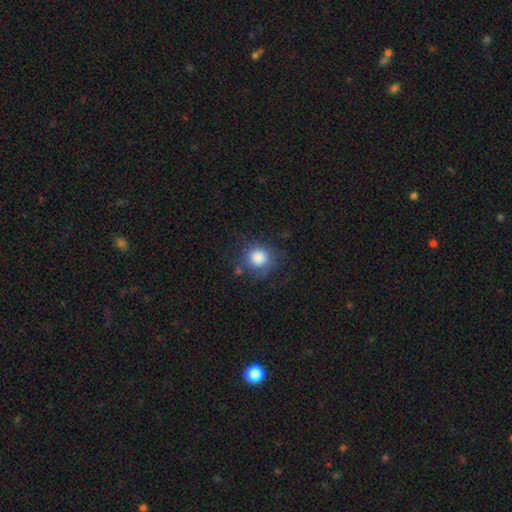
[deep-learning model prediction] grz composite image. It shows a smooth galaxy with no disk features (84%) that is round (86%). Merging: none (75%).